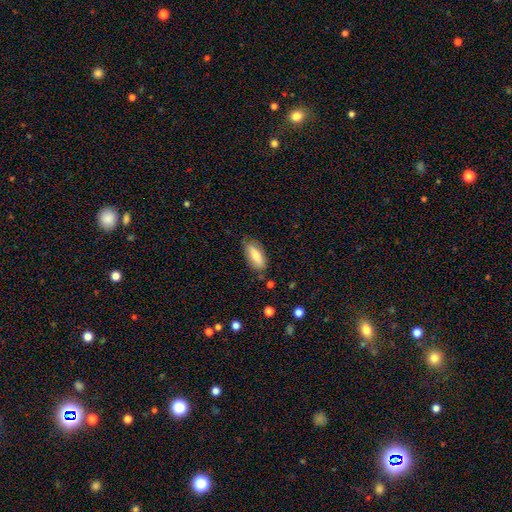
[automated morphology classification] Smooth or featured? smooth (74%)
How rounded? in between (80%)
Merging? none (76%)